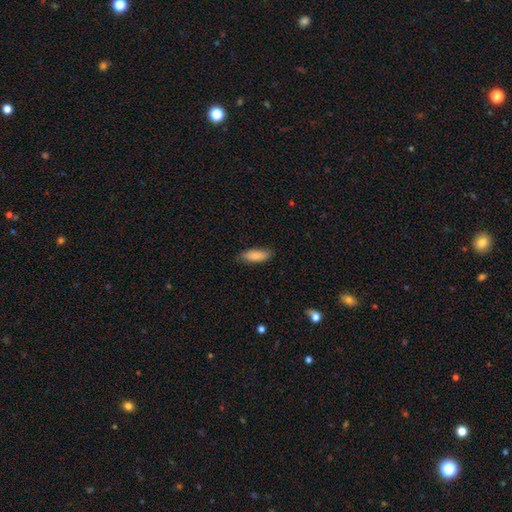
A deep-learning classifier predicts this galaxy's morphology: The model was most divided on "how rounded": in between: 71%, cigar-shaped: 27%, round: 2%. More confident: smooth or featured — smooth (84%); merging — none (80%).